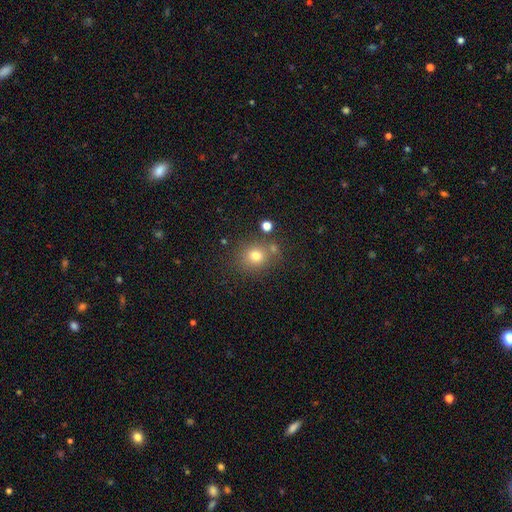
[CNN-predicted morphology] A smooth galaxy with no disk features (75%) that is round (80%).

Vote fractions:
- Smooth or featured? smooth: 75% / star or artifact: 16% / featured or disk: 9%
- How rounded? round: 80% / in between: 19% / cigar-shaped: 1%
- Merging? none: 73% / minor disturbance: 12% / merger: 11% / major disturbance: 4%